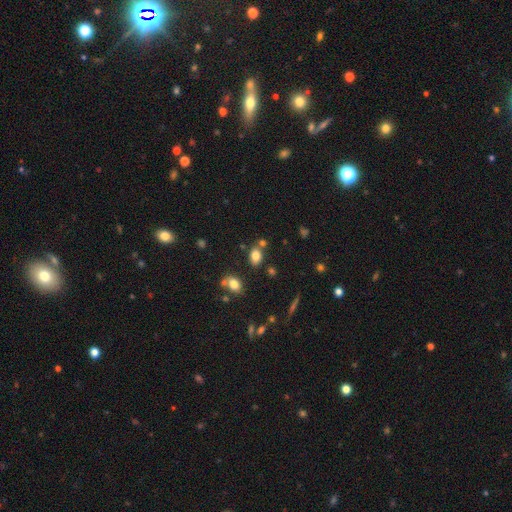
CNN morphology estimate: Smooth or featured? smooth (80%)
How rounded? in between (75%)
Merging? none (70%)